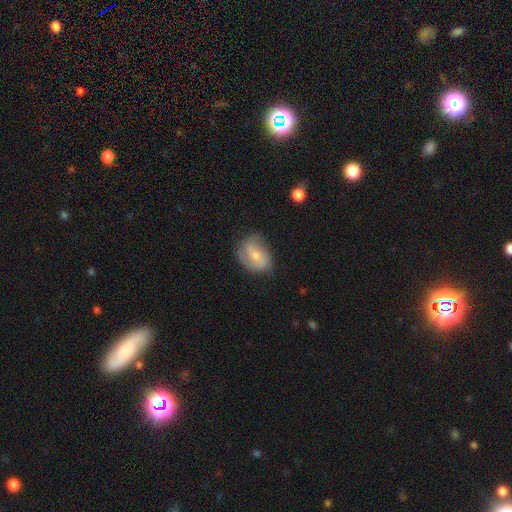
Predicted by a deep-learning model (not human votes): Smooth or featured?
  - smooth: 47% *
  - featured or disk: 46%
  - star or artifact: 7%
Merging?
  - none: 59% *
  - minor disturbance: 29%
  - major disturbance: 10%
  - merger: 2%